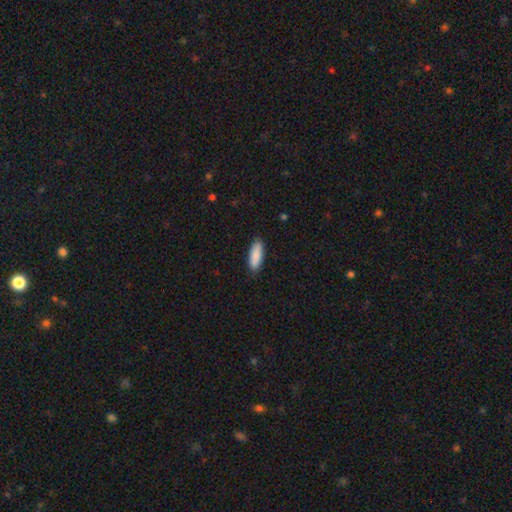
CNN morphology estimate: Smooth or featured? Predicted: smooth (p=0.89). How rounded? Predicted: in between (p=0.67). Merging? Predicted: none (p=0.87).